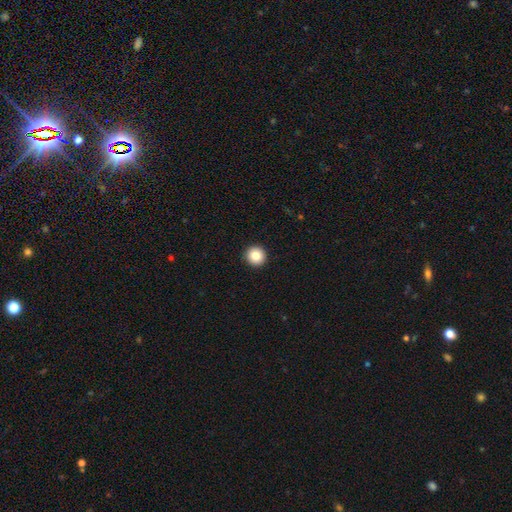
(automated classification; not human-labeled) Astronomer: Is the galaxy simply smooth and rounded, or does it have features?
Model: smooth — 84%.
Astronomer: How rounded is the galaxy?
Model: round — 95%.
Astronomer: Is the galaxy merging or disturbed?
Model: none — 94%.